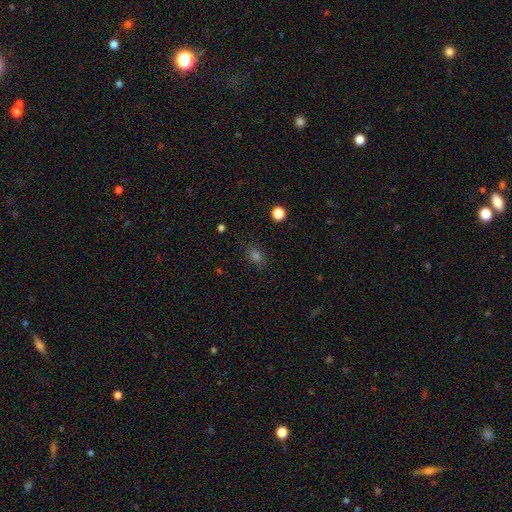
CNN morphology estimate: Smooth or featured?
  - smooth: 70% *
  - star or artifact: 24%
  - featured or disk: 6%
How rounded?
  - in between: 67% *
  - round: 30%
  - cigar-shaped: 3%
Merging?
  - none: 82% *
  - minor disturbance: 12%
  - major disturbance: 4%
  - merger: 2%